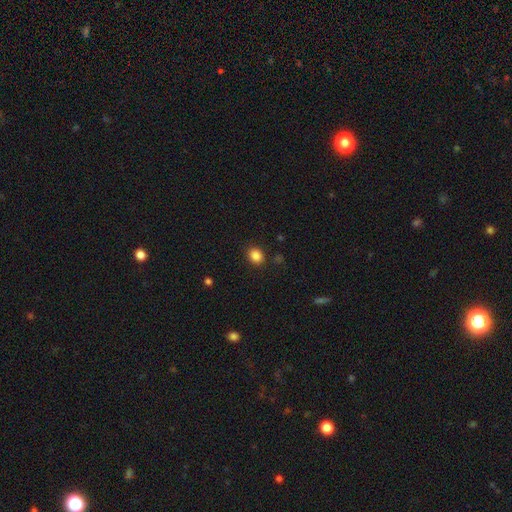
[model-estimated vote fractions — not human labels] A smooth galaxy with no disk features (86%) that is round (55%). Merging: none (88%).